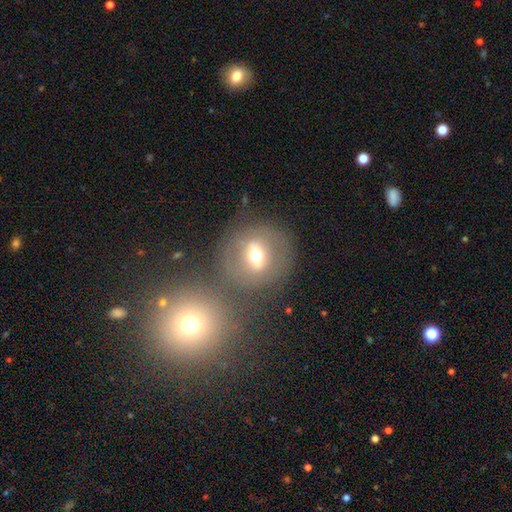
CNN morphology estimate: Overall: featured or disk (55%; smooth 35%). Edge-on disk: no (83%). Merging: none (59%; merger 21%).